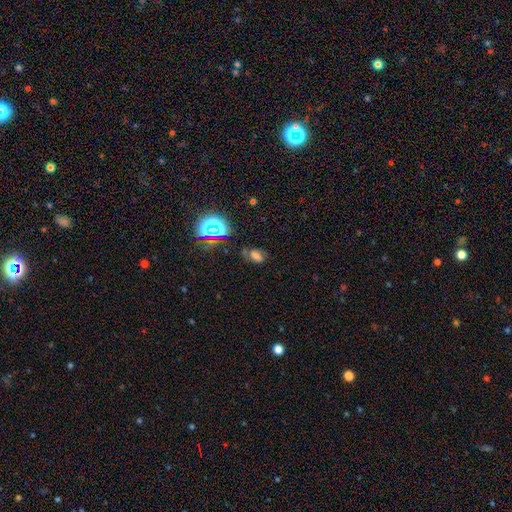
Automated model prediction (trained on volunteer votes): Smooth or featured? Predicted: smooth (p=0.50). How rounded? Predicted: in between (p=0.82). Merging? Predicted: none (p=0.62).